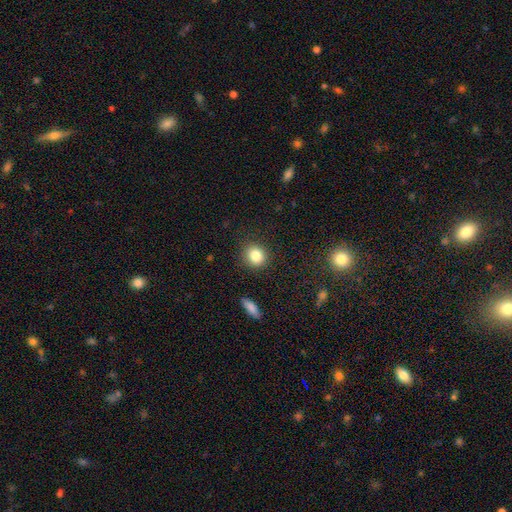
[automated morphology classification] This appears to be a smooth galaxy with no disk features (84%) that is round (82%). Merging: none (88%).